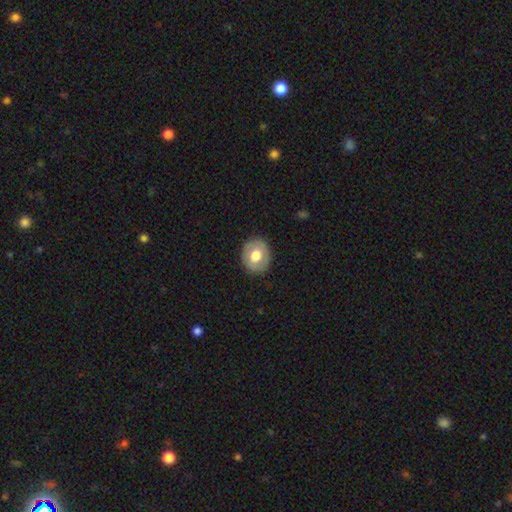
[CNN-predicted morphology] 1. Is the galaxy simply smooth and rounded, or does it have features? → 64% smooth, 29% featured or disk, 7% star or artifact.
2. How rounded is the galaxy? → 66% round, 33% in between, 1% cigar-shaped.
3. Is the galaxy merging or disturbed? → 86% none, 10% minor disturbance, 3% major disturbance, 1% merger.